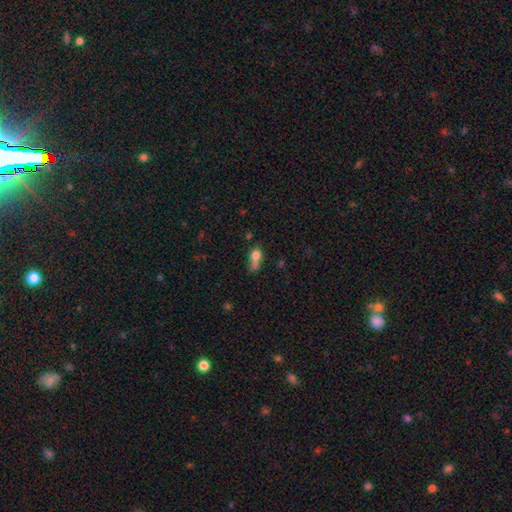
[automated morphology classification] This is likely a smooth galaxy (71%). How rounded: possibly in between (59%). Merging: marginally major disturbance (28%, tied with none and minor disturbance).